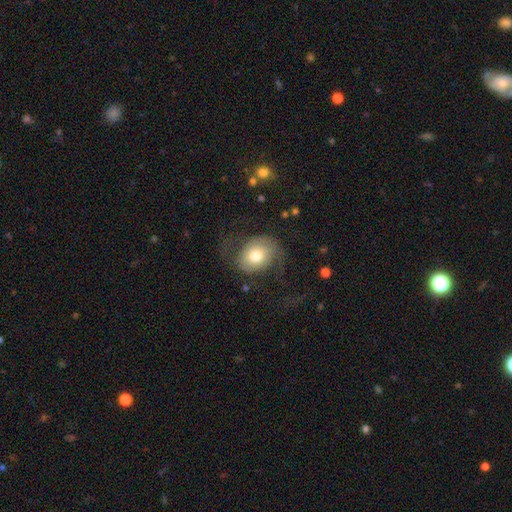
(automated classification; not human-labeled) The model was most divided on "how rounded": in between: 51%, round: 48%, cigar-shaped: 1%. More confident: smooth or featured — smooth (51%); merging — none (50%).